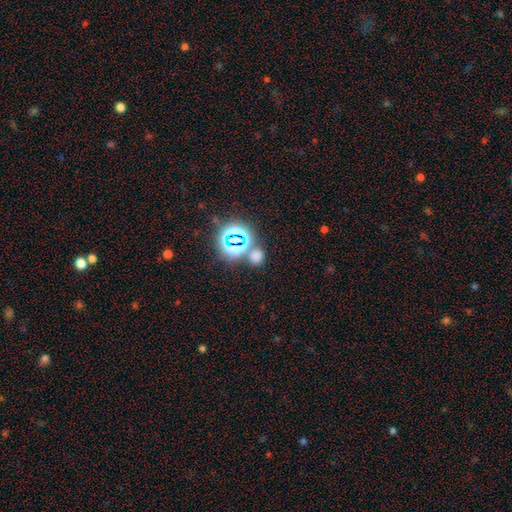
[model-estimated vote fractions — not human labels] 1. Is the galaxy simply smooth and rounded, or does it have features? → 56% smooth, 38% star or artifact, 6% featured or disk.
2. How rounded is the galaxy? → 74% round, 25% in between, 1% cigar-shaped.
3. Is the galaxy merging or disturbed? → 71% none, 16% merger, 9% minor disturbance, 4% major disturbance.